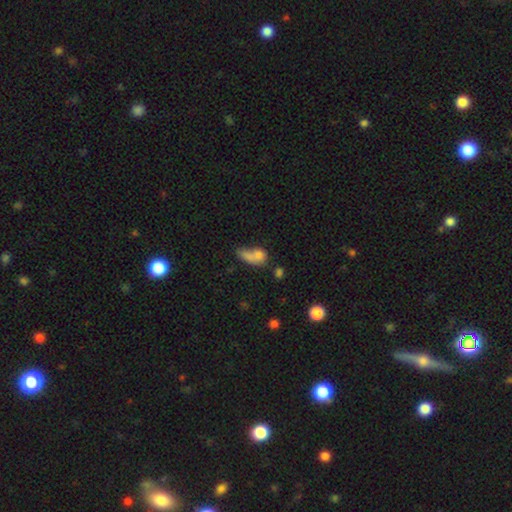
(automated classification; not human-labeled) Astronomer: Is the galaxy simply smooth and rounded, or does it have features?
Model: smooth — 73%.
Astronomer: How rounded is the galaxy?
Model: in between — 63%.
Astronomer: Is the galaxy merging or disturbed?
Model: merger — 47% (runner-up: none, 23%).